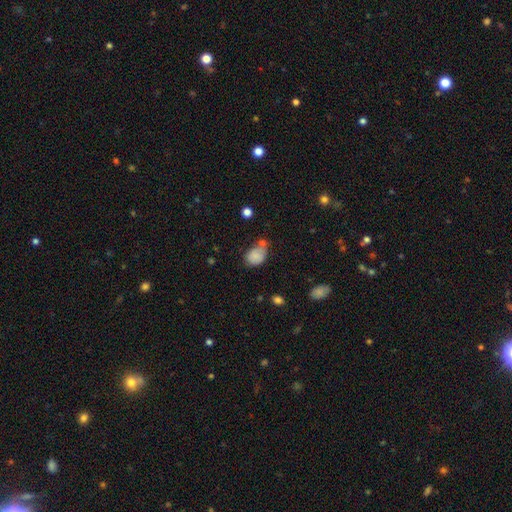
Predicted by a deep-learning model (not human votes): smooth 82%, featured or disk 9%, star or artifact 9%. Down the decision tree: how rounded — in between (68%); merging — none (41%).